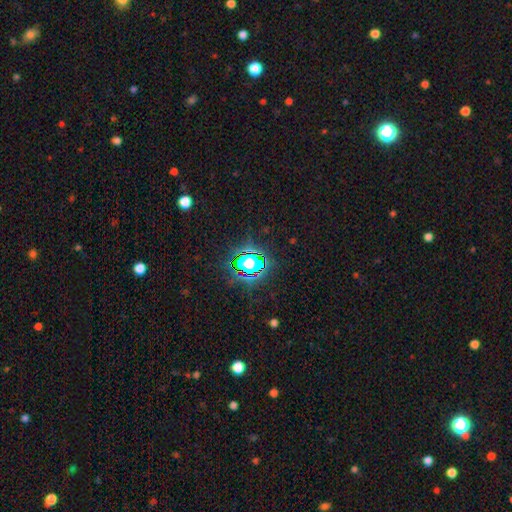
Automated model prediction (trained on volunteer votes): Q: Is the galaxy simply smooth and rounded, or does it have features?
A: star or artifact — 82%.